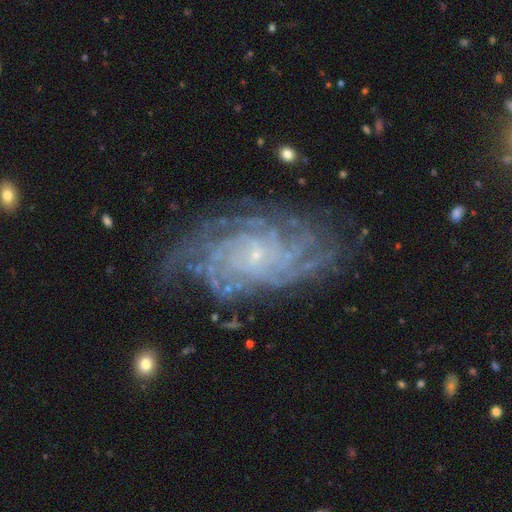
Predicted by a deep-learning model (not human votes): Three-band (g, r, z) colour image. It shows a featured or disk galaxy (88%) with no bar (72%), more than 4 (32%) tight (76%) spiral arms (98%) and a small central bulge (86%). Merging: none (73%).